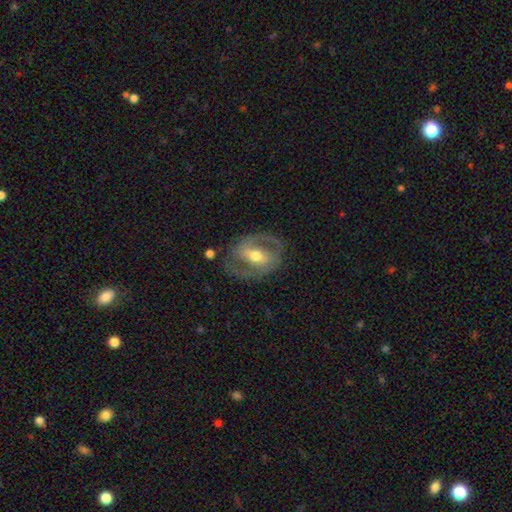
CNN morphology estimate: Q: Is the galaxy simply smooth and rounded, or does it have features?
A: featured or disk — 81%.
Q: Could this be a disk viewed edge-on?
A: no — 95%.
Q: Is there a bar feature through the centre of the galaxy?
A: strong — 43%.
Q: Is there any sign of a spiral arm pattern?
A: yes — 84%.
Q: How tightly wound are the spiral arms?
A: medium — 50%.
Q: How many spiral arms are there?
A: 2 — 86%.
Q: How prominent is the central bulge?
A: moderate — 68%.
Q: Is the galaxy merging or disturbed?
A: none — 75%.